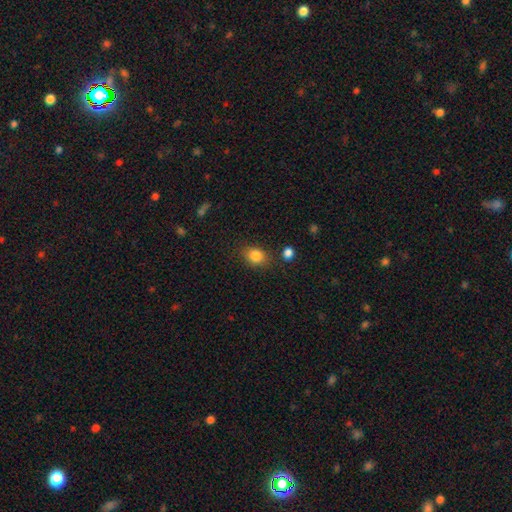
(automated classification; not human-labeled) smooth 84%, star or artifact 10%, featured or disk 6%. Down the decision tree: how rounded — round (56%); merging — none (79%).